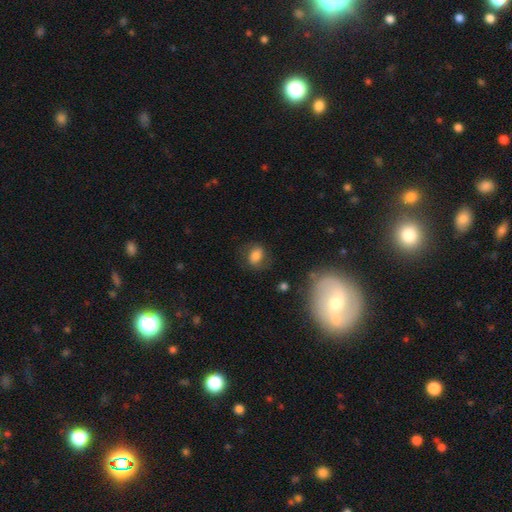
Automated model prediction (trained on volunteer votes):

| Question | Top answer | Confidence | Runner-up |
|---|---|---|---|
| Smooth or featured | smooth | 72% | featured or disk (18%) |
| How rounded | in between | 67% | round (31%) |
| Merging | none | 68% | minor disturbance (19%) |